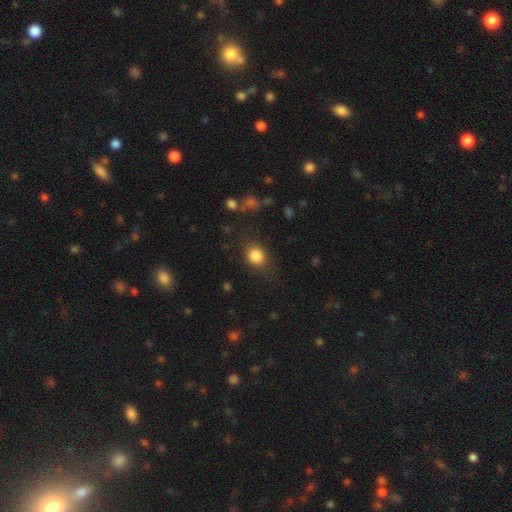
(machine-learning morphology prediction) smooth-or-featured: smooth: 84% | star or artifact: 10% | featured or disk: 5%
  how-rounded: round: 67% | in between: 32% | cigar-shaped: 1%
  merging: none: 79% | minor disturbance: 14% | major disturbance: 6% | merger: 2%